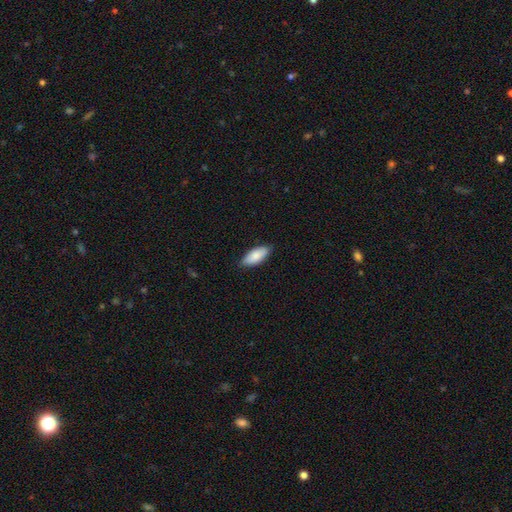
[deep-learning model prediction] A smooth galaxy with no disk features (85%) that is in between round and cigar-shaped (85%).

Vote fractions:
- Smooth or featured? smooth: 85% / featured or disk: 9% / star or artifact: 6%
- How rounded? in between: 85% / cigar-shaped: 14% / round: 2%
- Merging? none: 85% / minor disturbance: 12% / major disturbance: 2% / merger: 1%